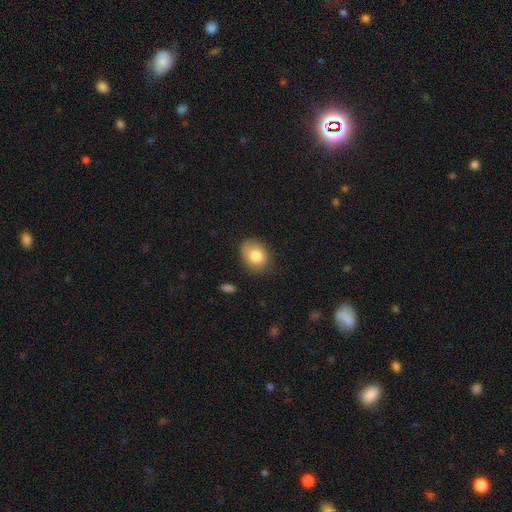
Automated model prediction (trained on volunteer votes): Smooth or featured: smooth — 80% (featured or disk — 11%)
How rounded: in between — 63% (round — 37%)
Merging: none — 76% (minor disturbance — 18%)